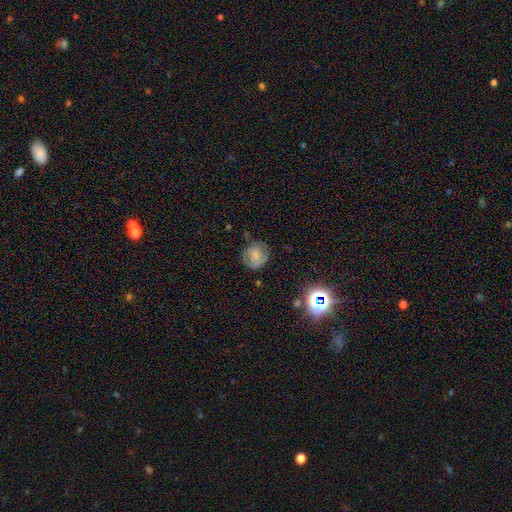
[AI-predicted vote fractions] The model was most divided on "smooth or featured": smooth: 54%, featured or disk: 35%, star or artifact: 11%. More confident: how rounded — round (77%); merging — none (70%).